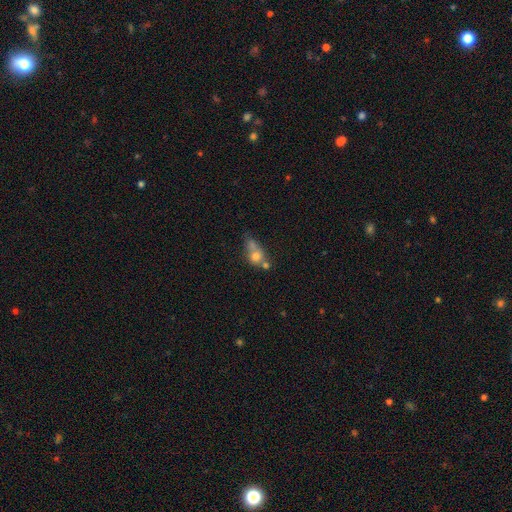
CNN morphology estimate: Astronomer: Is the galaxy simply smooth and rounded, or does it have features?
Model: smooth — 66%.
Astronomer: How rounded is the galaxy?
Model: round — 60% (runner-up: in between, 36%).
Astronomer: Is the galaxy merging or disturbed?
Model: merger — 54%.